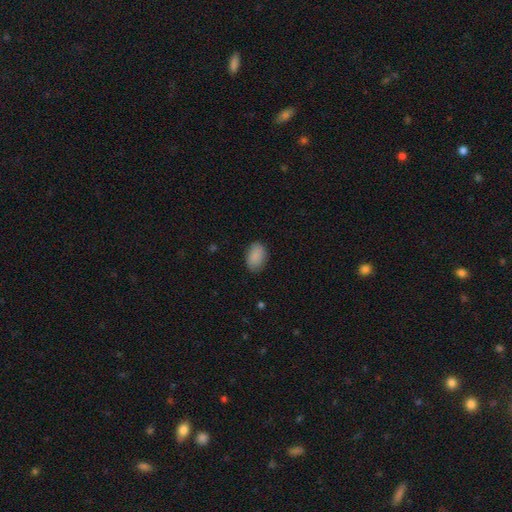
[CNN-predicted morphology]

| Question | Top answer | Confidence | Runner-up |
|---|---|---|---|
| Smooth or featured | smooth | 88% | star or artifact (7%) |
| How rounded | in between | 89% | round (10%) |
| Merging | none | 81% | minor disturbance (14%) |